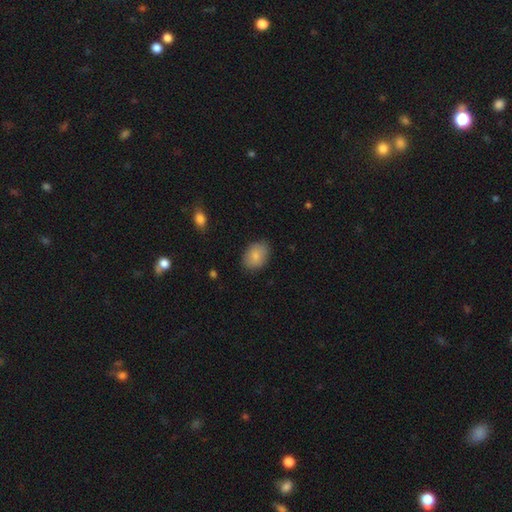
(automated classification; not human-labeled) Smooth or featured? smooth (82%)
How rounded? in between (75%)
Merging? none (83%)